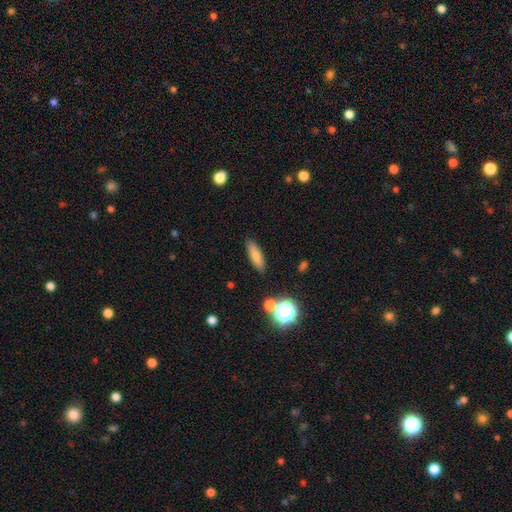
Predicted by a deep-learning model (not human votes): The model was most divided on "how rounded": cigar-shaped: 53%, in between: 43%, round: 4%. More confident: merging — none (85%); smooth or featured — smooth (76%).